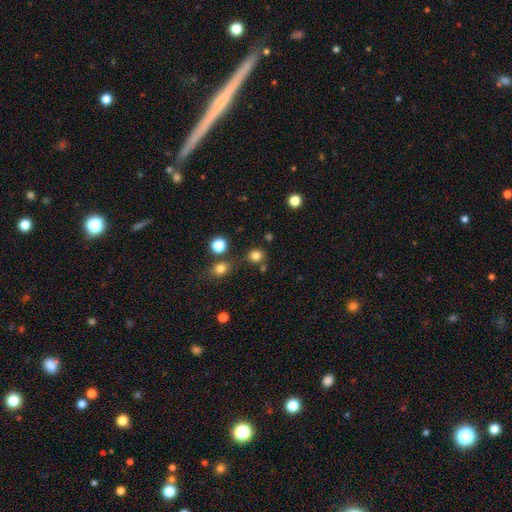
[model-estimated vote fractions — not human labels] Smooth or featured?
  - smooth: 80% *
  - star or artifact: 15%
  - featured or disk: 5%
How rounded?
  - round: 85% *
  - in between: 14%
  - cigar-shaped: 1%
Merging?
  - none: 77% *
  - minor disturbance: 10%
  - merger: 9%
  - major disturbance: 4%